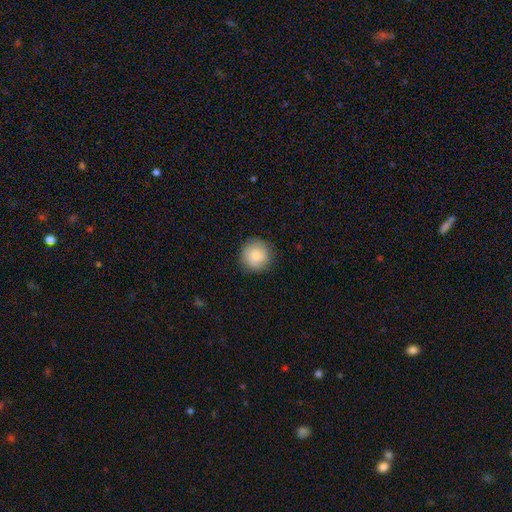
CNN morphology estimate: type=smooth (81%); roundness=round (94%); merging=none (87%).